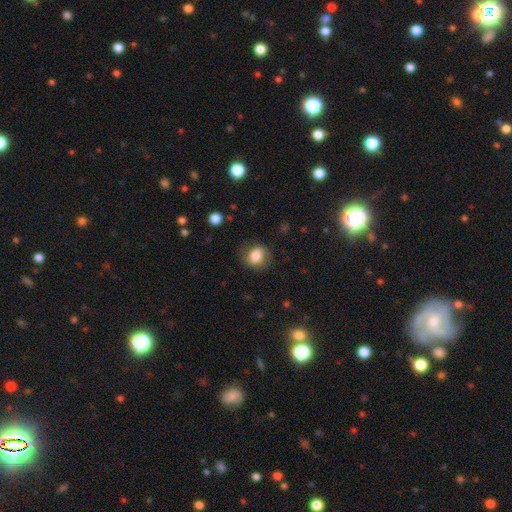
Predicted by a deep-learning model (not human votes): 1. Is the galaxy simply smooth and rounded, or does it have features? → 69% smooth, 22% featured or disk, 9% star or artifact.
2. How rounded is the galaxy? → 59% round, 40% in between, 1% cigar-shaped.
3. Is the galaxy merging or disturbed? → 73% none, 18% minor disturbance, 8% major disturbance, 1% merger.